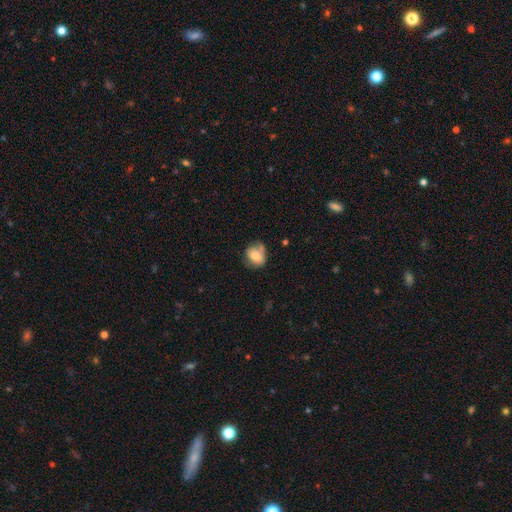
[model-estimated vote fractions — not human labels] Overall: smooth (70%). How rounded: round (59%; in between 40%). Merging: none (49%; minor disturbance 32%).